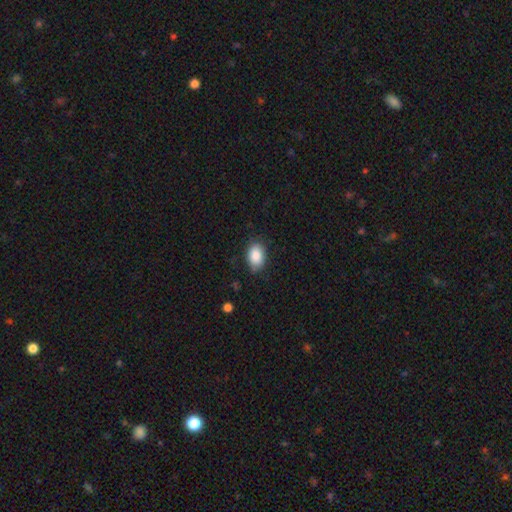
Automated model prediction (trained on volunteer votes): A smooth galaxy with no disk features (88%) that is in between round and cigar-shaped (87%).

Vote fractions:
- Smooth or featured? smooth: 88% / star or artifact: 7% / featured or disk: 5%
- How rounded? in between: 87% / round: 12% / cigar-shaped: 1%
- Merging? none: 79% / minor disturbance: 16% / major disturbance: 4% / merger: 1%